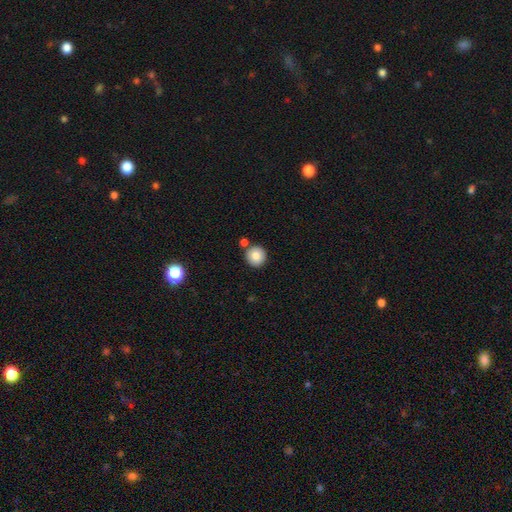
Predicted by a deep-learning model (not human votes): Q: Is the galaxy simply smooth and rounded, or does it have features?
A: smooth — 81%.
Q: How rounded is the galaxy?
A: round — 95%.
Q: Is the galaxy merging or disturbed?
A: none — 81%.